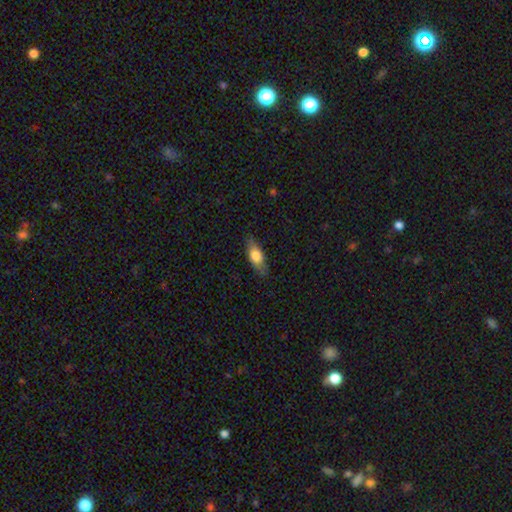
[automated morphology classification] Overall: smooth (70%). How rounded: in between (74%). Merging: none (83%).